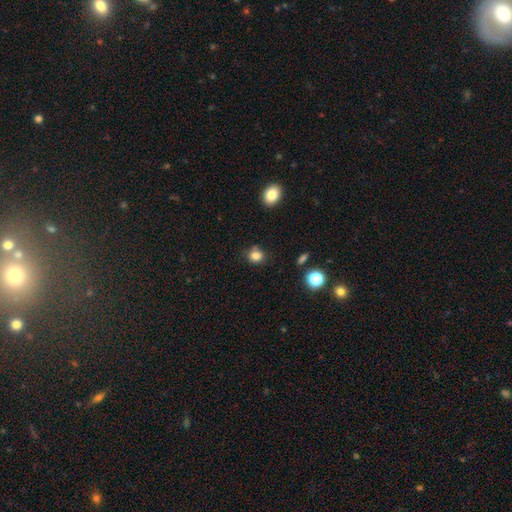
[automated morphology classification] This is clearly a smooth galaxy (81%). How rounded: likely round (73%). Merging: likely none (75%).